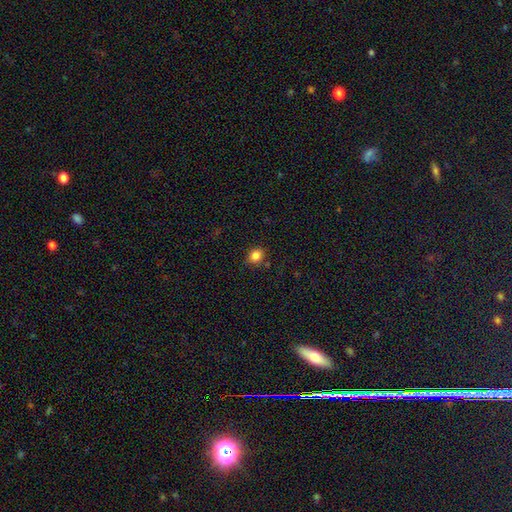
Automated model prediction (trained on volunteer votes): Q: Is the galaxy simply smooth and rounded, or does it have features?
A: smooth — 84%.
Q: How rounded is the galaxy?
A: round — 66%.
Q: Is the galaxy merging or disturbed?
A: none — 79%.